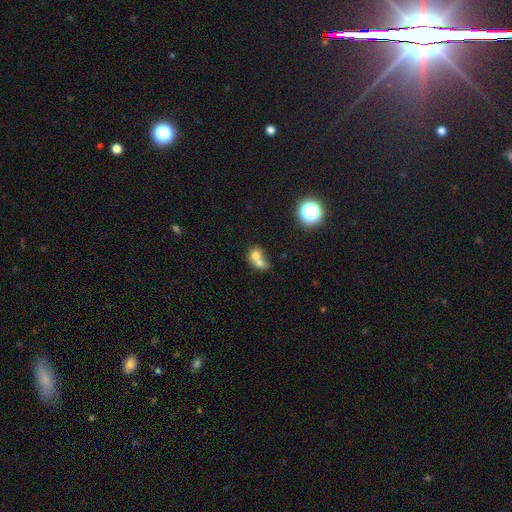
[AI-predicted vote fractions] smooth 67%, featured or disk 20%, star or artifact 13%. Down the decision tree: how rounded — round (65%); merging — merger (70%).